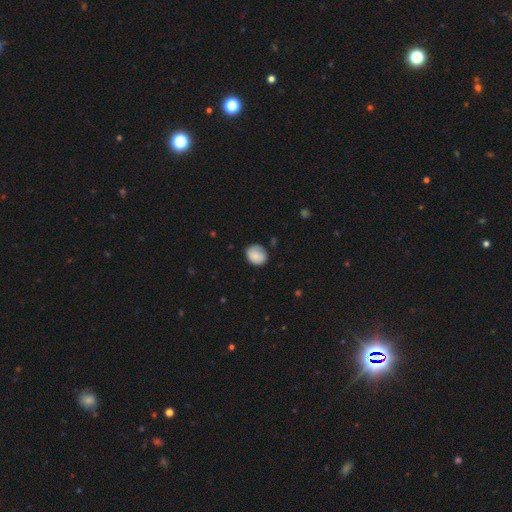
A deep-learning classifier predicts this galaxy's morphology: Smooth or featured? smooth (84%)
How rounded? round (57%)
Merging? none (70%)